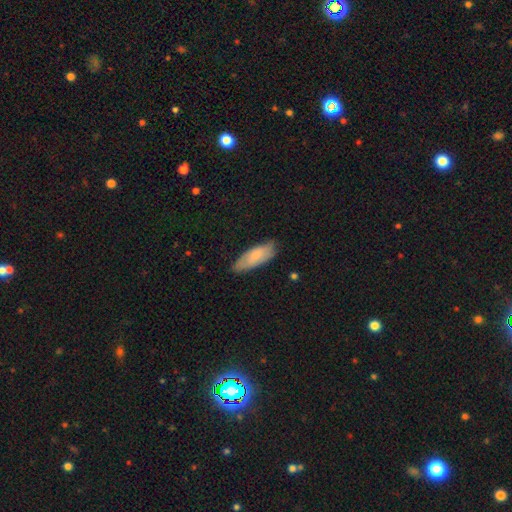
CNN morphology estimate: smooth 75%, featured or disk 19%, star or artifact 5%. Down the decision tree: how rounded — in between (68%); merging — none (76%).